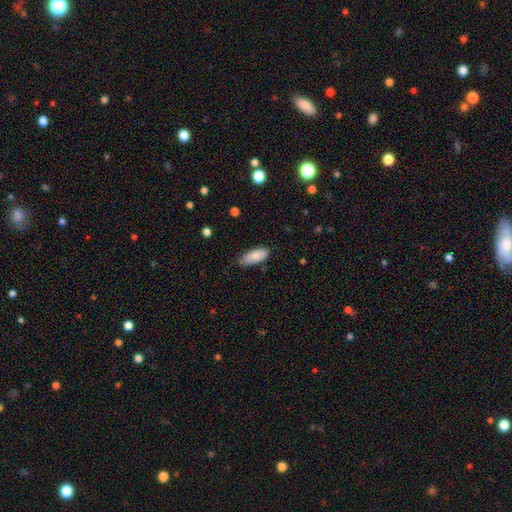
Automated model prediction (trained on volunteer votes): This appears to be a smooth galaxy with no disk features (86%) that is in between round and cigar-shaped (84%). Merging: none (77%).